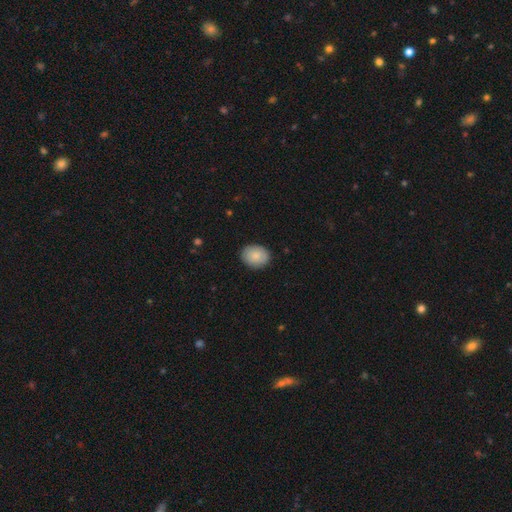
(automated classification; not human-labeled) smooth_or_featured: smooth (p=0.85) [alt: featured or disk p=0.08]
how_rounded: in between (p=0.54) [alt: round p=0.46]
merging: none (p=0.88) [alt: minor disturbance p=0.09]